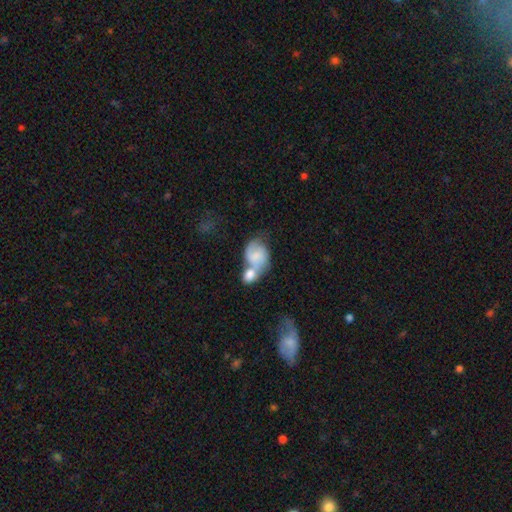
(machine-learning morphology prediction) This appears to be a smooth galaxy with no disk features (54%) that is in between round and cigar-shaped (67%). Merging: merger (69%).